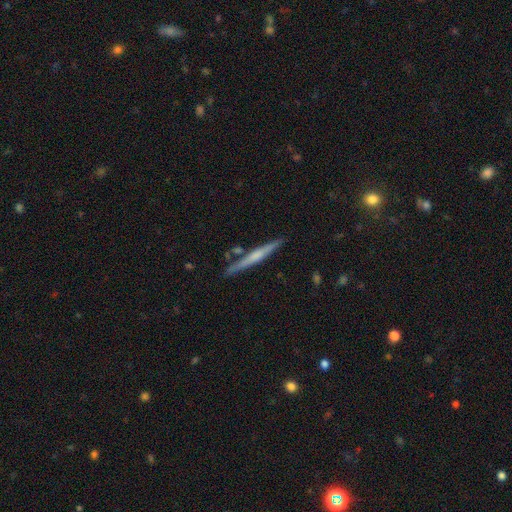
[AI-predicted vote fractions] A featured or disk galaxy (63%) viewed edge-on (98%) with a rounded central bulge (54%).

Vote fractions:
- Smooth or featured? featured or disk: 63% / smooth: 32% / star or artifact: 6%
- Edge-on disk? yes: 98% / no: 2%
- Edge-on bulge? rounded: 54% / none: 33% / boxy: 12%
- Merging? none: 86% / minor disturbance: 9% / merger: 4% / major disturbance: 2%